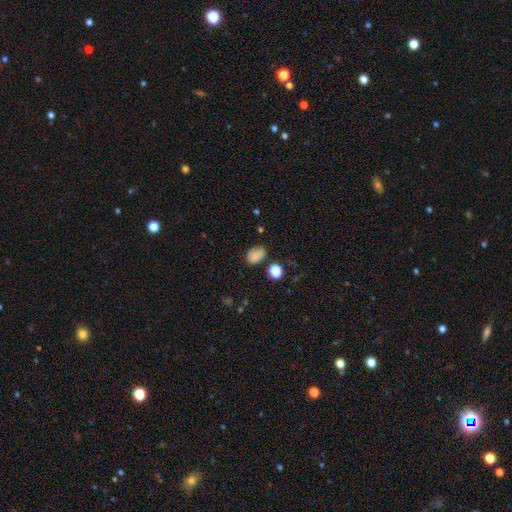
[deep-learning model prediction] Smooth or featured? Predicted: smooth (p=0.78). How rounded? Predicted: in between (p=0.79). Merging? Predicted: none (p=0.68).